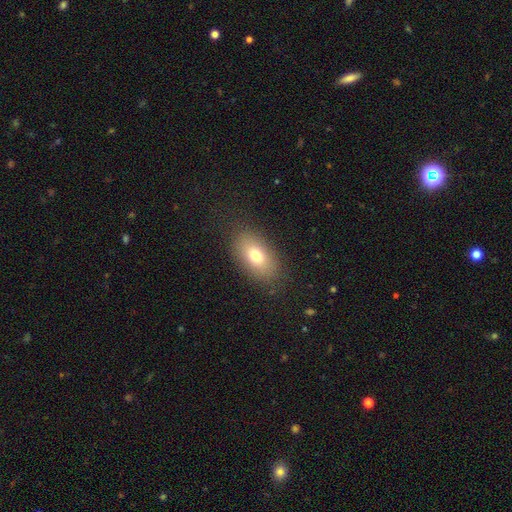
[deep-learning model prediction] Smooth or featured?
  - smooth: 75% *
  - featured or disk: 15%
  - star or artifact: 10%
How rounded?
  - in between: 89% *
  - round: 8%
  - cigar-shaped: 4%
Merging?
  - none: 83% *
  - minor disturbance: 11%
  - major disturbance: 5%
  - merger: 1%